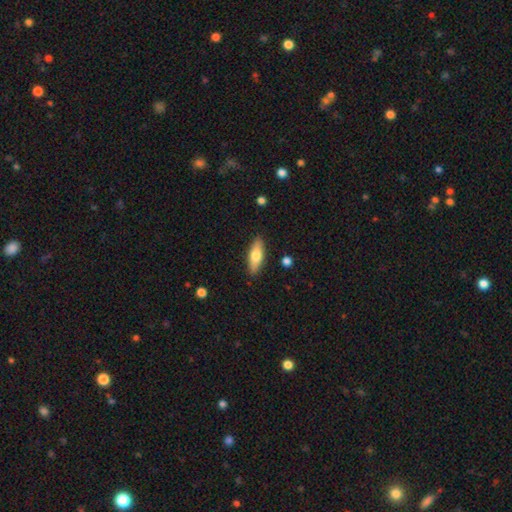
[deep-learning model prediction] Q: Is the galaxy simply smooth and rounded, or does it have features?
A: smooth — 69%.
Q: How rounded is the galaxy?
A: in between — 62%.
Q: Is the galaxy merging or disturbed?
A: none — 87%.